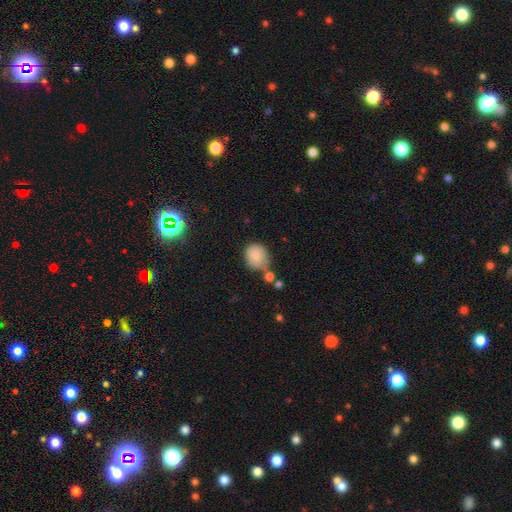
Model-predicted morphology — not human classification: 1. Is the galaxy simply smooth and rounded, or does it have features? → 82% smooth, 10% featured or disk, 8% star or artifact.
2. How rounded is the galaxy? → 70% round, 29% in between, 1% cigar-shaped.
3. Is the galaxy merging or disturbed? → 54% none, 23% minor disturbance, 16% merger, 7% major disturbance.